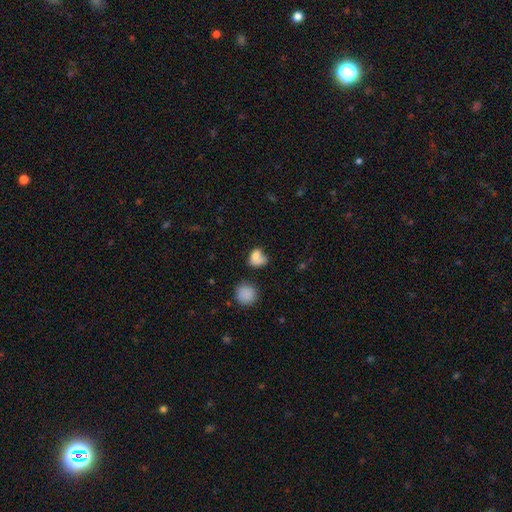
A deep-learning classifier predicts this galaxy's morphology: Overall: smooth (75%). How rounded: in between (56%; round 42%). Merging: none (36%; merger 28%).